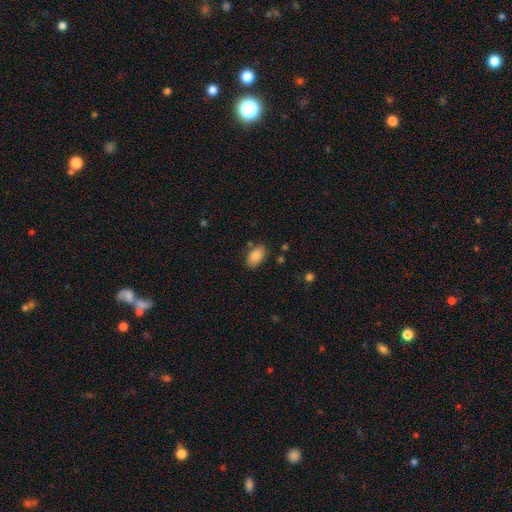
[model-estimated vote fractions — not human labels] The model was most divided on "merging": none: 81%, minor disturbance: 13%, merger: 3%, major disturbance: 3%. More confident: how rounded — in between (92%); smooth or featured — smooth (86%).